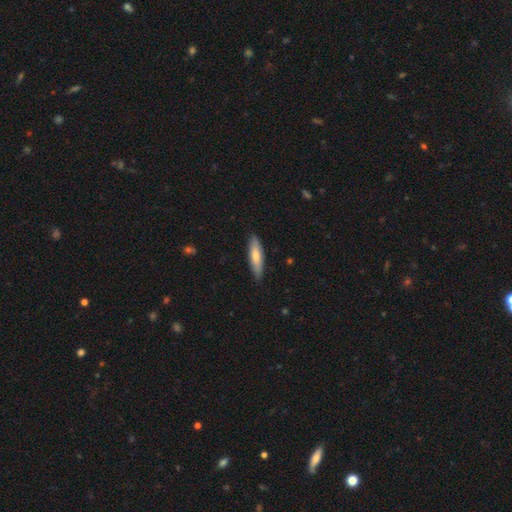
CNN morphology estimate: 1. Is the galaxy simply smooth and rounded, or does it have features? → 67% smooth, 28% featured or disk, 6% star or artifact.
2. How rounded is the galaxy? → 70% cigar-shaped, 29% in between, 2% round.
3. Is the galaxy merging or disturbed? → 85% none, 12% minor disturbance, 2% major disturbance, 1% merger.